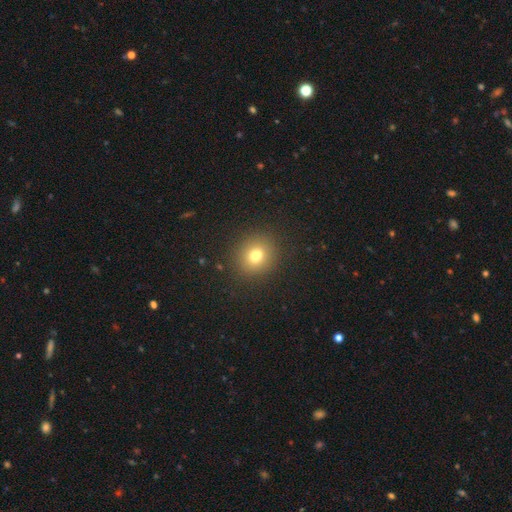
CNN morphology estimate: A smooth galaxy with no disk features (75%) that is round (76%).

Vote fractions:
- Smooth or featured? smooth: 75% / star or artifact: 15% / featured or disk: 10%
- How rounded? round: 76% / in between: 23% / cigar-shaped: 1%
- Merging? none: 88% / minor disturbance: 7% / major disturbance: 3% / merger: 1%